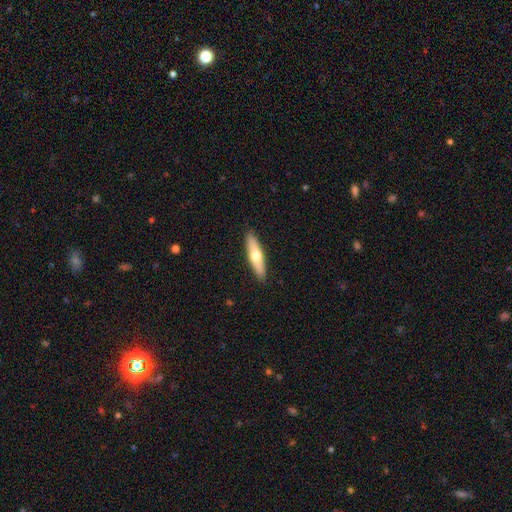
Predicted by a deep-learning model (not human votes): smooth-or-featured: smooth: 57% | featured or disk: 38% | star or artifact: 5%
  how-rounded: cigar-shaped: 73% | in between: 25% | round: 2%
  merging: none: 90% | minor disturbance: 7% | major disturbance: 2% | merger: 1%